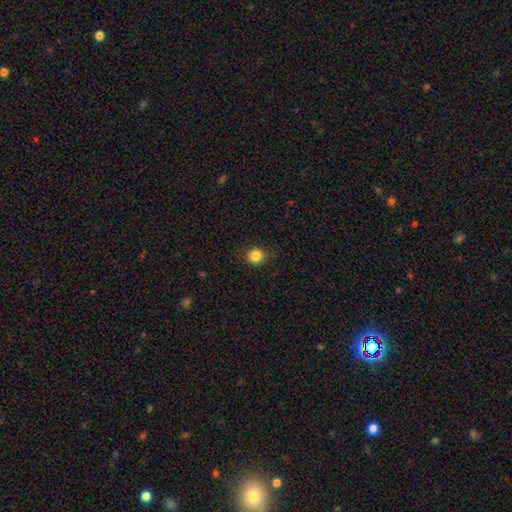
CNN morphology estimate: Smooth or featured: smooth — 85% (star or artifact — 11%)
How rounded: round — 88% (in between — 11%)
Merging: none — 88% (minor disturbance — 8%)